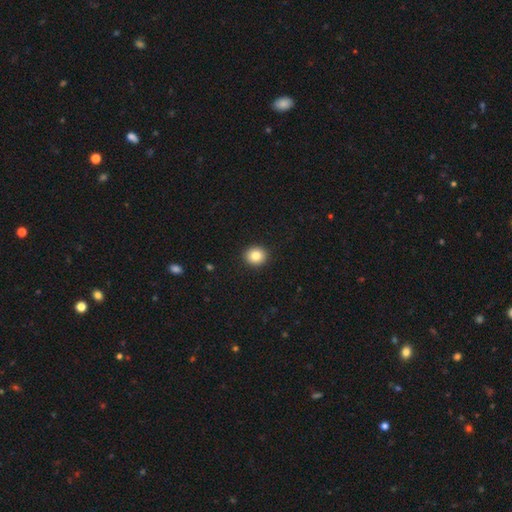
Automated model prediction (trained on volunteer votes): This appears to be a smooth galaxy with no disk features (83%) that is round (81%). Merging: none (92%).